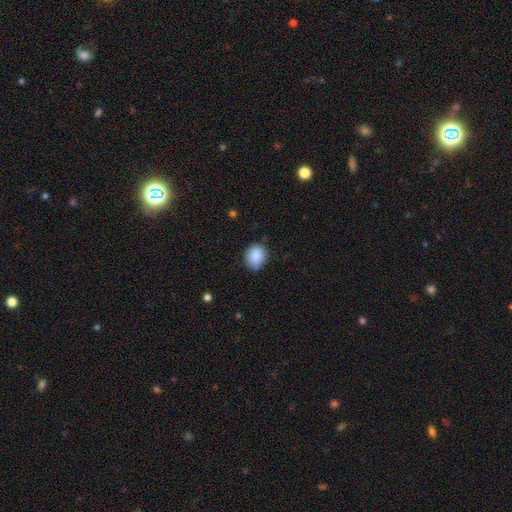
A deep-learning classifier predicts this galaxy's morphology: Smooth or featured: smooth — 87% (star or artifact — 8%)
How rounded: round — 61% (in between — 38%)
Merging: none — 69% (minor disturbance — 25%)